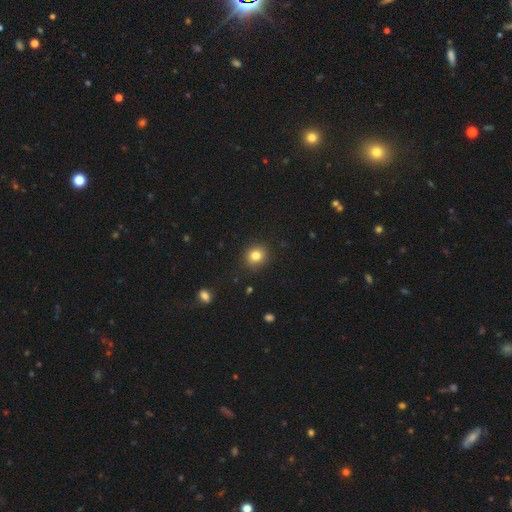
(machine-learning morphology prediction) A smooth galaxy with no disk features (82%) that is round (76%).

Vote fractions:
- Smooth or featured? smooth: 82% / star or artifact: 11% / featured or disk: 6%
- How rounded? round: 76% / in between: 23% / cigar-shaped: 1%
- Merging? none: 88% / minor disturbance: 8% / major disturbance: 2% / merger: 1%